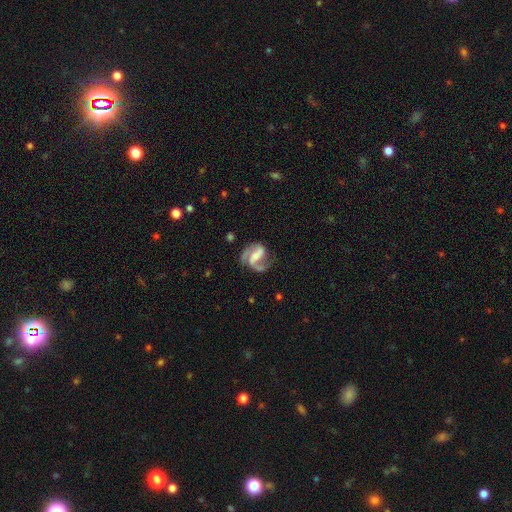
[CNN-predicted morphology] type=featured or disk (86%); edge-on=no (98%); bar=weak (42%); spiral arms=yes (96%); winding=medium (53%); arm count=2 (79%); bulge=moderate (41%); merging=none (58%).